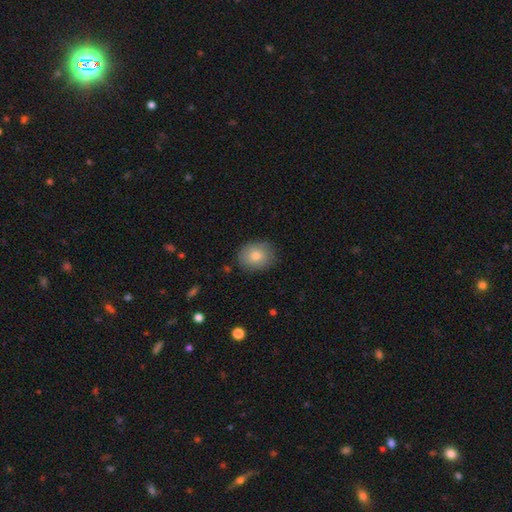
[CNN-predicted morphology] Q: Smooth or featured?
A: smooth (78%); runner-up: featured or disk (13%)
Q: How rounded?
A: round (54%); runner-up: in between (45%)
Q: Merging?
A: none (84%); runner-up: minor disturbance (12%)